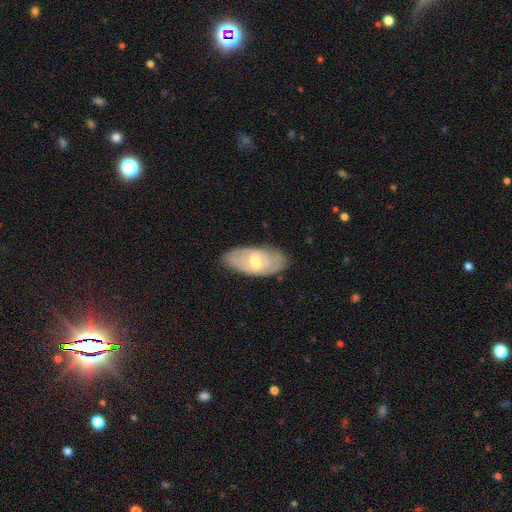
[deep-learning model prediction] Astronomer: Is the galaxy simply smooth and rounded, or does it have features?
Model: featured or disk — 57% (runner-up: smooth, 35%).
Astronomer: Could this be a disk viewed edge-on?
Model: no — 84%.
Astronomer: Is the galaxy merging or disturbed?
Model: none — 78%.